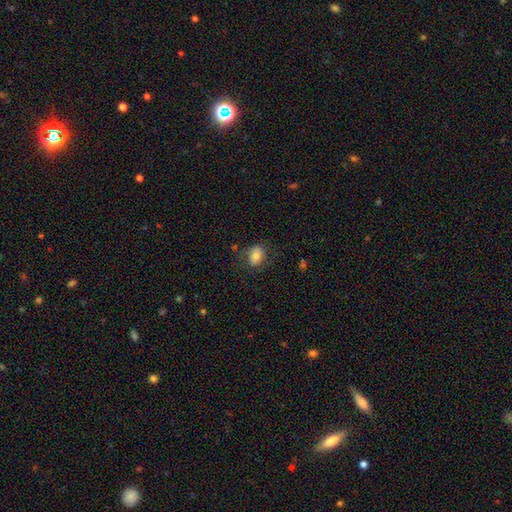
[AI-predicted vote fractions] Smooth or featured?
  - smooth: 79% *
  - featured or disk: 12%
  - star or artifact: 9%
How rounded?
  - in between: 75% *
  - round: 24%
  - cigar-shaped: 1%
Merging?
  - none: 73% *
  - minor disturbance: 18%
  - major disturbance: 8%
  - merger: 2%